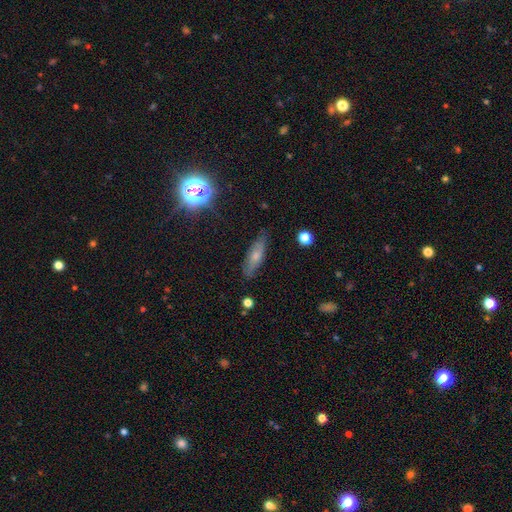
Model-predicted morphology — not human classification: This appears to be a smooth galaxy with no disk features (54%) that is cigar-shaped (55%). Merging: none (82%).